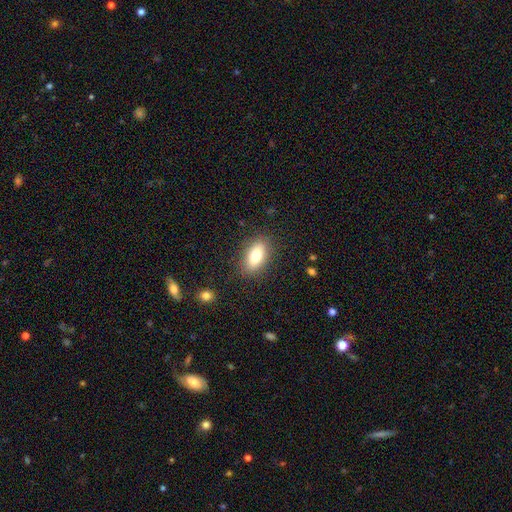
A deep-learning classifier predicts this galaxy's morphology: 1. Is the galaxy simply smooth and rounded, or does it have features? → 77% smooth, 15% featured or disk, 8% star or artifact.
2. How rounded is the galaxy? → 86% in between, 8% cigar-shaped, 5% round.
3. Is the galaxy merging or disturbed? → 85% none, 10% minor disturbance, 3% major disturbance, 1% merger.